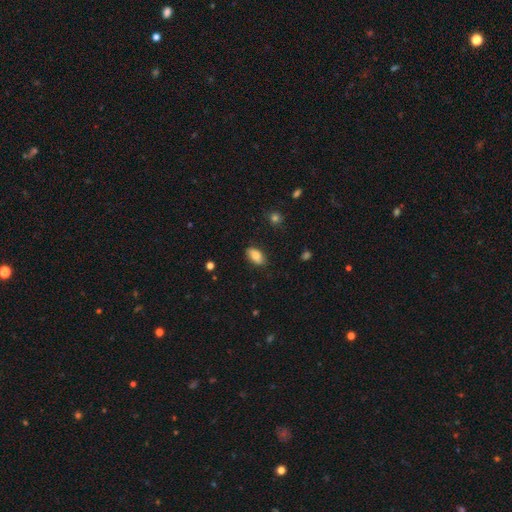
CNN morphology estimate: A smooth galaxy with no disk features (85%) that is in between round and cigar-shaped (91%).

Vote fractions:
- Smooth or featured? smooth: 85% / star or artifact: 8% / featured or disk: 7%
- How rounded? in between: 91% / cigar-shaped: 4% / round: 4%
- Merging? none: 82% / minor disturbance: 14% / major disturbance: 3% / merger: 1%